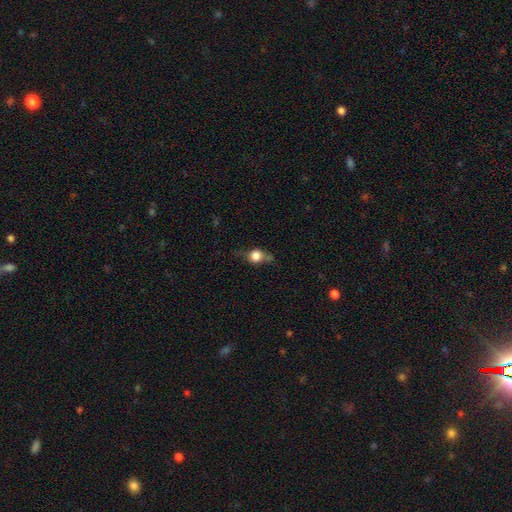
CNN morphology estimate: This is likely a smooth galaxy (63%). How rounded: likely round (66%). Merging: possibly none (52%).